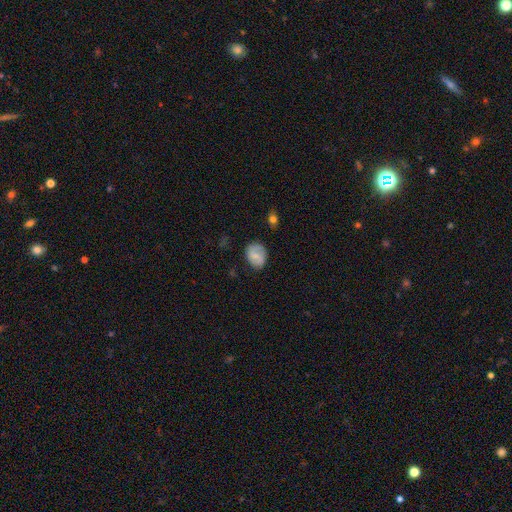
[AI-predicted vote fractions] smooth-or-featured: smooth: 61% | featured or disk: 31% | star or artifact: 8%
  how-rounded: in between: 52% | round: 47% | cigar-shaped: 1%
  merging: none: 76% | minor disturbance: 18% | major disturbance: 5% | merger: 2%